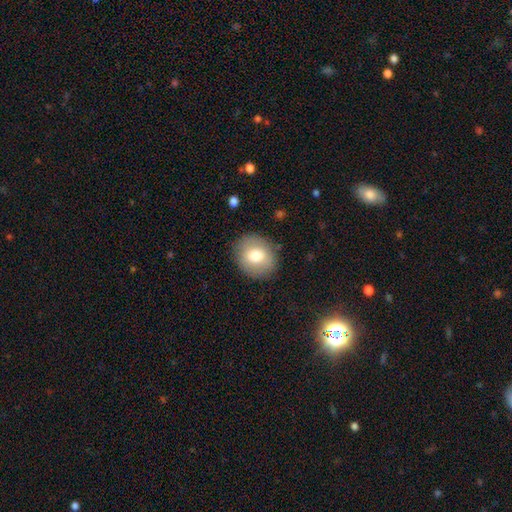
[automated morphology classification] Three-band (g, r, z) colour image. It shows a smooth galaxy with no disk features (75%) that is round (66%). Merging: none (86%).